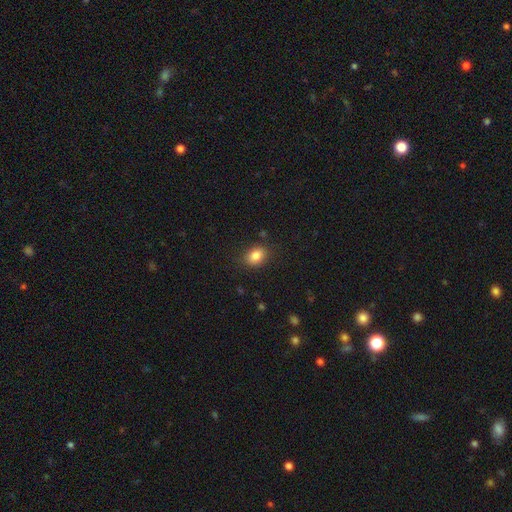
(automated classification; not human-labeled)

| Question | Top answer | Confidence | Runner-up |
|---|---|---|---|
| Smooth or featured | smooth | 84% | star or artifact (10%) |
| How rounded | in between | 66% | round (33%) |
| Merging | none | 83% | minor disturbance (12%) |